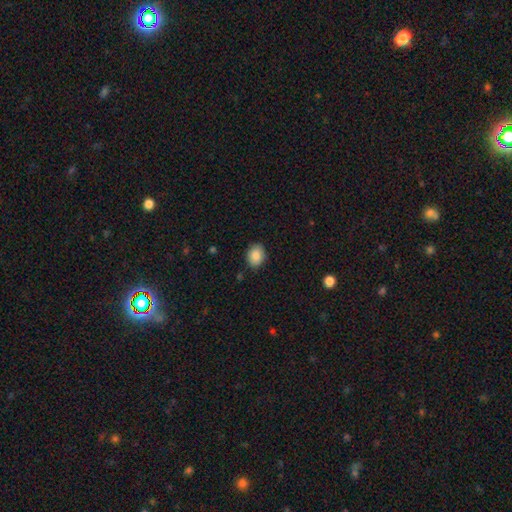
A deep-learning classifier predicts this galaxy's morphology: A smooth galaxy with no disk features (87%) that is in between round and cigar-shaped (61%). Merging: none (85%).